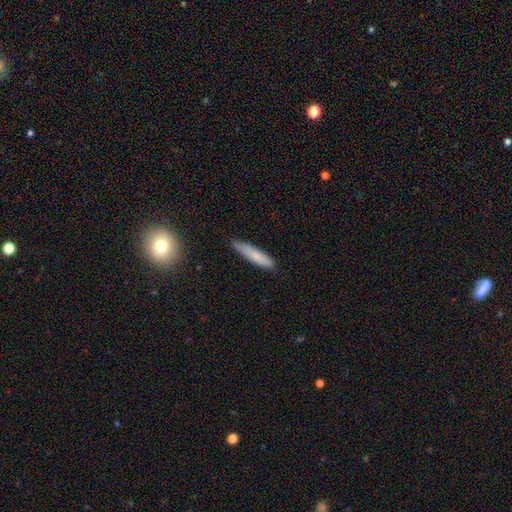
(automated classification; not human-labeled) The model was most divided on "merging": none: 76%, minor disturbance: 19%, major disturbance: 3%, merger: 2%. More confident: how rounded — cigar-shaped (88%); smooth or featured — smooth (77%).